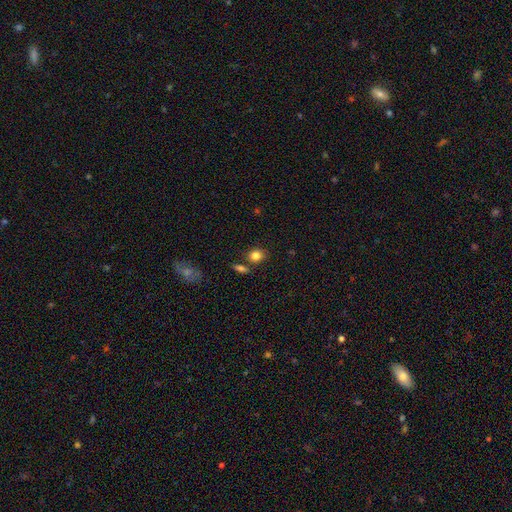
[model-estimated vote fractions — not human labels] This is clearly a smooth galaxy (83%). How rounded: likely round (60%). Merging: likely none (72%).